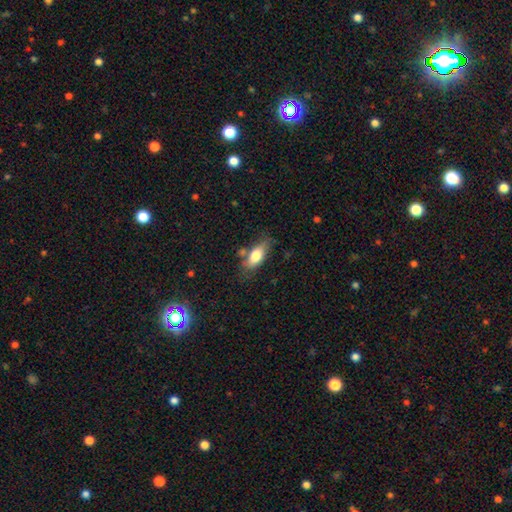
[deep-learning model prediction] Q: Smooth or featured?
A: smooth (75%); runner-up: featured or disk (18%)
Q: How rounded?
A: in between (78%); runner-up: cigar-shaped (18%)
Q: Merging?
A: none (66%); runner-up: minor disturbance (20%)